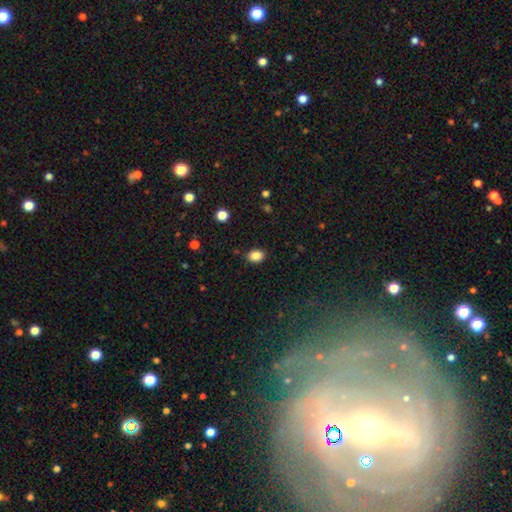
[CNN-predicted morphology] Smooth or featured: smooth — 86% (star or artifact — 10%)
How rounded: in between — 68% (round — 31%)
Merging: none — 87% (minor disturbance — 10%)